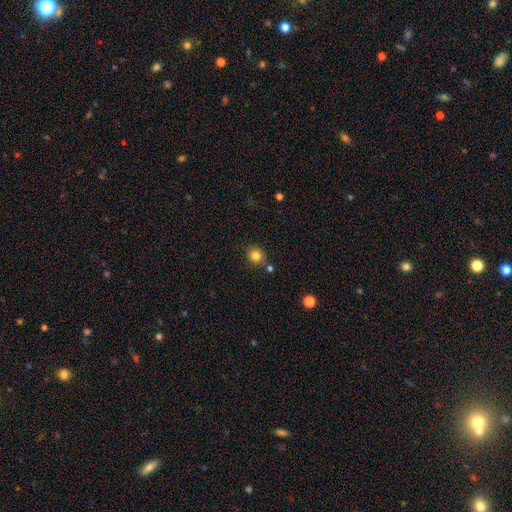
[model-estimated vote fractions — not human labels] Smooth or featured? Predicted: smooth (p=0.82). How rounded? Predicted: round (p=0.79). Merging? Predicted: none (p=0.77).